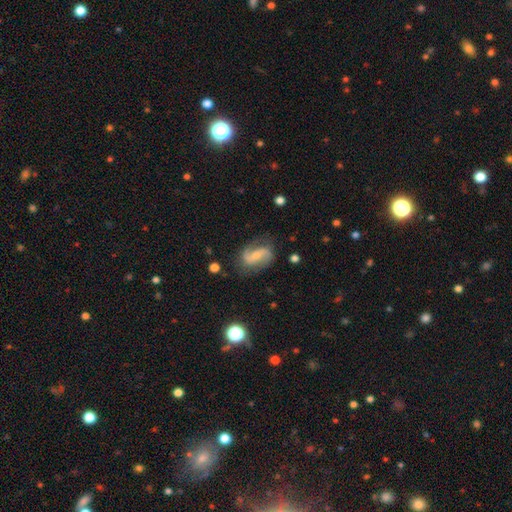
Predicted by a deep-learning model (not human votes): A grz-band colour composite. It shows a featured or disk galaxy (80%) with a weak bar (41%), 2 (89%) loose (52%) spiral arms (94%) and a small central bulge (55%). Merging: none (71%).